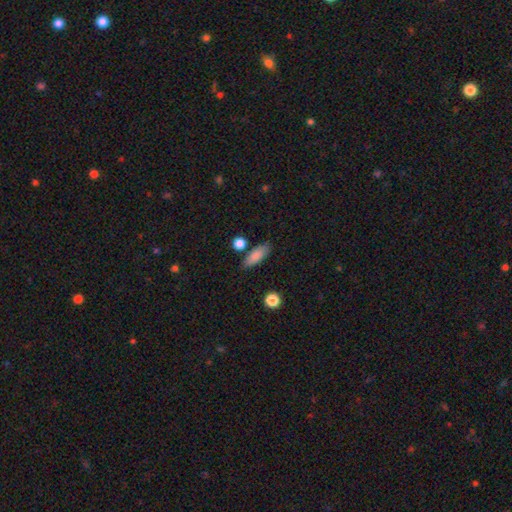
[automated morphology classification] This appears to be a smooth galaxy with no disk features (84%) that is in between round and cigar-shaped (67%). Merging: none (78%).